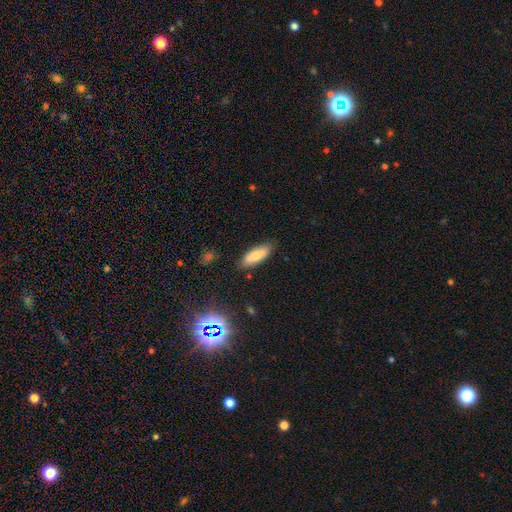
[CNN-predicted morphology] Smooth or featured?
  - smooth: 74% *
  - featured or disk: 18%
  - star or artifact: 8%
How rounded?
  - in between: 58% *
  - cigar-shaped: 40%
  - round: 2%
Merging?
  - none: 84% *
  - minor disturbance: 12%
  - major disturbance: 2%
  - merger: 2%